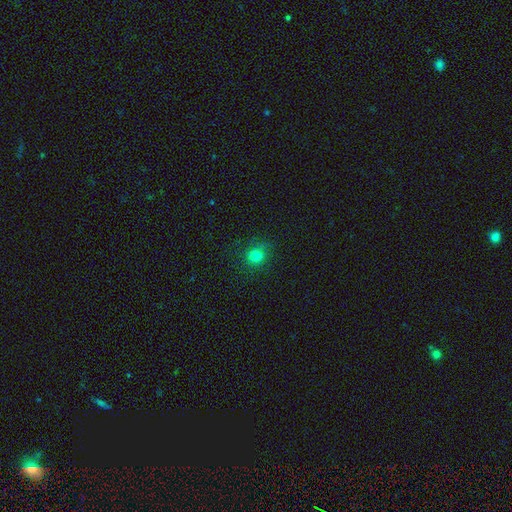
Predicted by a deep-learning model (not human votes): This appears to be a smooth galaxy with no disk features (79%) that is round (87%). Merging: none (83%).